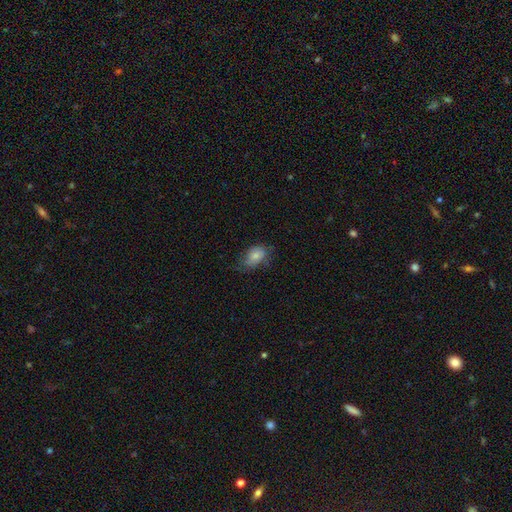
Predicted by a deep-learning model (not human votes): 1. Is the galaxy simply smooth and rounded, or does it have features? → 73% smooth, 19% featured or disk, 8% star or artifact.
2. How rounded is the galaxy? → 87% in between, 11% round, 2% cigar-shaped.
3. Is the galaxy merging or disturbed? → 57% none, 31% minor disturbance, 11% major disturbance, 1% merger.